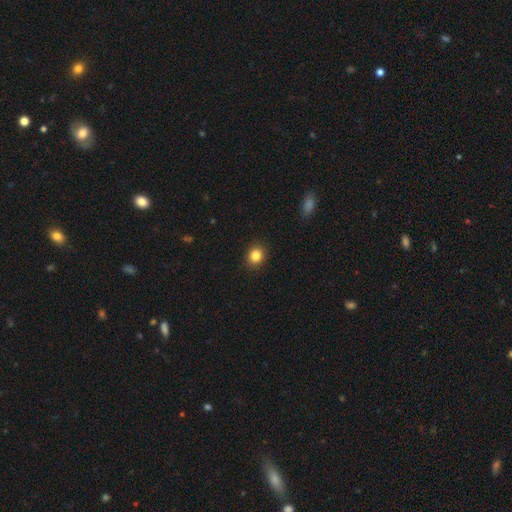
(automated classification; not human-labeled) smooth-or-featured: smooth: 84% | star or artifact: 11% | featured or disk: 5%
  how-rounded: round: 76% | in between: 23% | cigar-shaped: 1%
  merging: none: 91% | minor disturbance: 7% | major disturbance: 2% | merger: 1%